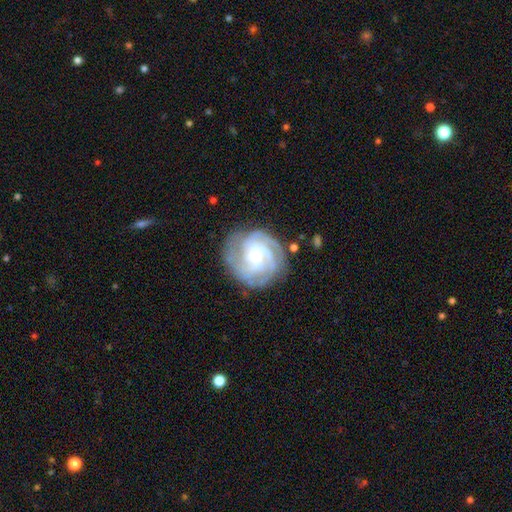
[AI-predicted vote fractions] This appears to be a featured or disk galaxy (87%) with no bar (64%), 3 (36%) tight (69%) spiral arms (98%) and a small central bulge (72%). Merging: none (80%).